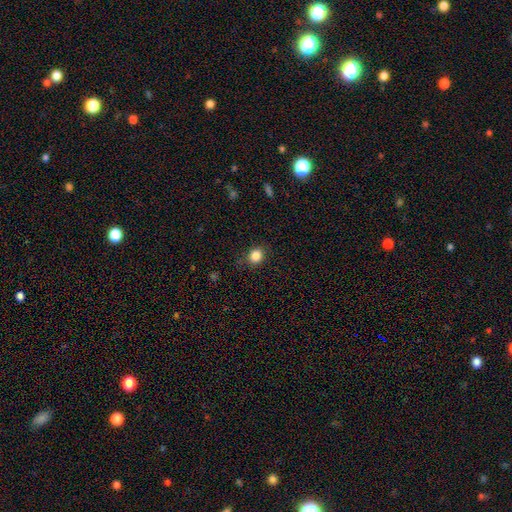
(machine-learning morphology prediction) smooth_or_featured: smooth (p=0.84) [alt: star or artifact p=0.11]
how_rounded: round (p=0.72) [alt: in between p=0.27]
merging: none (p=0.83) [alt: minor disturbance p=0.12]